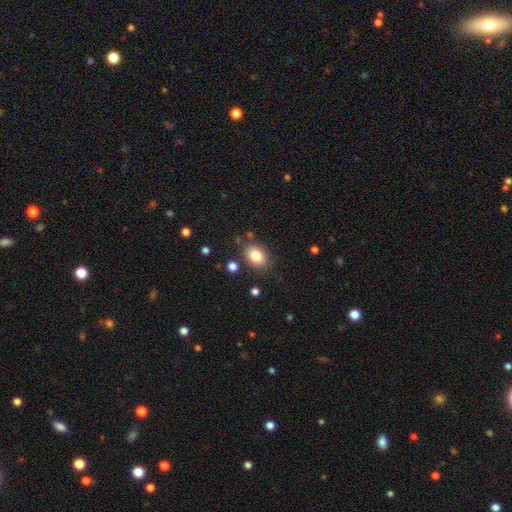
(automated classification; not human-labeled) Smooth or featured? Predicted: smooth (p=0.83). How rounded? Predicted: in between (p=0.71). Merging? Predicted: none (p=0.81).